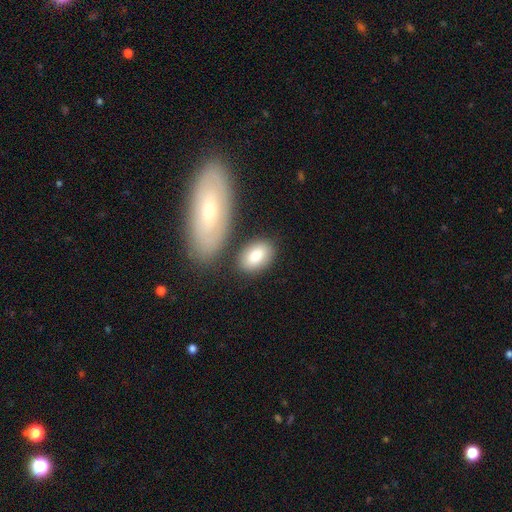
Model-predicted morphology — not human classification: Q: Smooth or featured?
A: smooth (83%); runner-up: featured or disk (11%)
Q: How rounded?
A: in between (88%); runner-up: round (10%)
Q: Merging?
A: none (75%); runner-up: minor disturbance (12%)